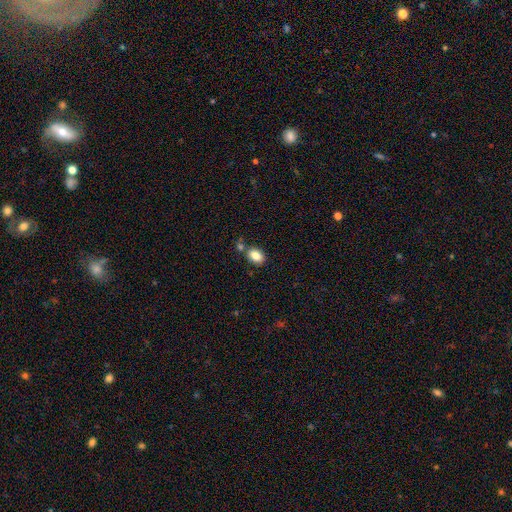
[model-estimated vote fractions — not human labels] Smooth or featured? smooth (84%)
How rounded? in between (78%)
Merging? none (70%)